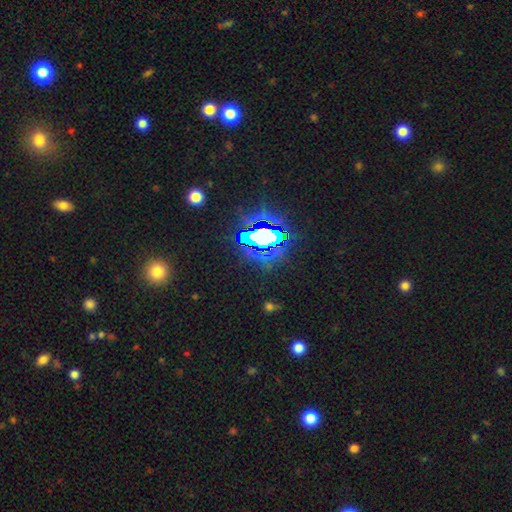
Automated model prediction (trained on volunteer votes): Morphology: type=star or artifact (81%).